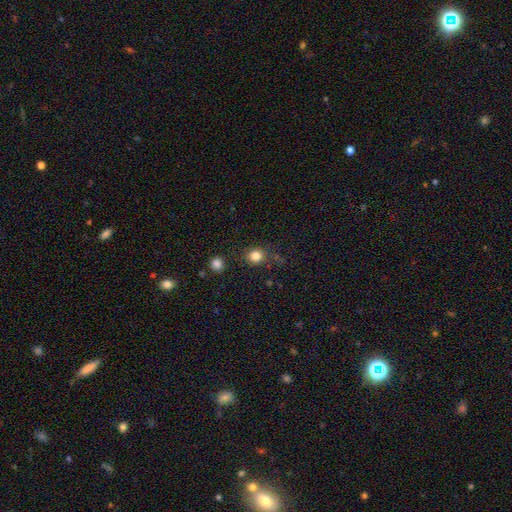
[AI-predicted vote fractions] Overall: smooth (83%). How rounded: round (82%). Merging: none (80%).